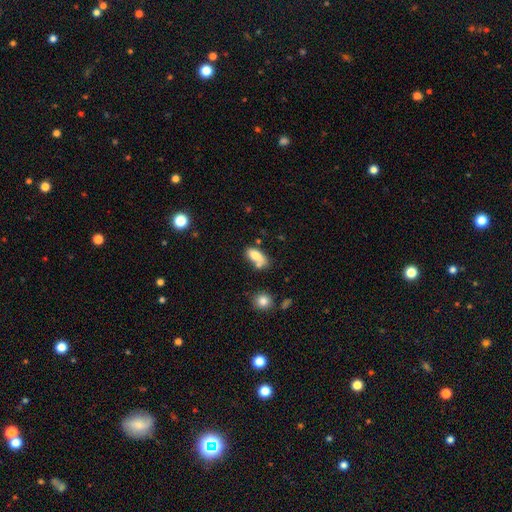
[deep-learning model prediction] Q: Smooth or featured?
A: smooth (77%); runner-up: featured or disk (14%)
Q: How rounded?
A: in between (86%); runner-up: cigar-shaped (9%)
Q: Merging?
A: none (44%); runner-up: merger (27%)